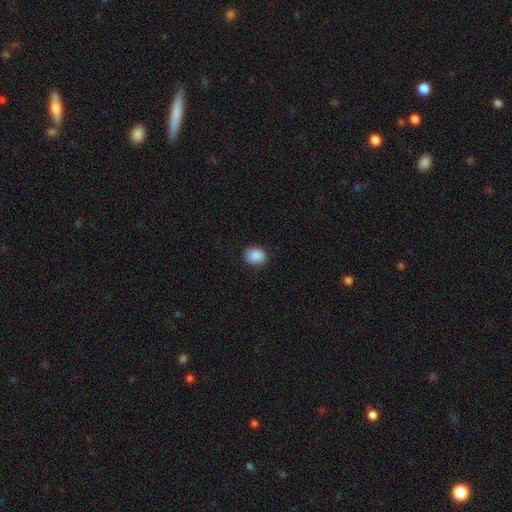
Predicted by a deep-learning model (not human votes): smooth-or-featured: smooth: 89% | star or artifact: 8% | featured or disk: 3%
  how-rounded: round: 54% | in between: 45% | cigar-shaped: 1%
  merging: none: 82% | minor disturbance: 14% | major disturbance: 3% | merger: 1%